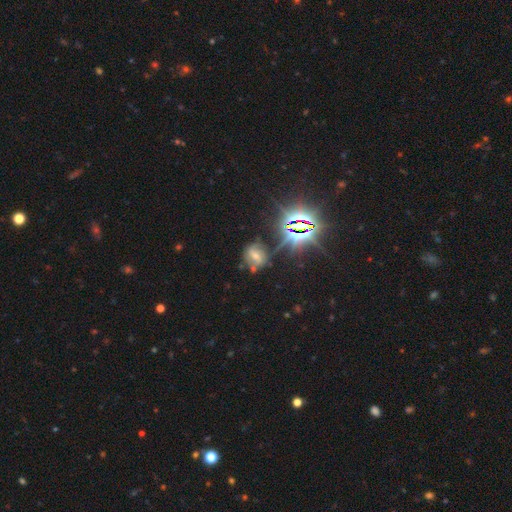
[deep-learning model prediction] Smooth or featured: star or artifact — 41% (featured or disk — 34%)